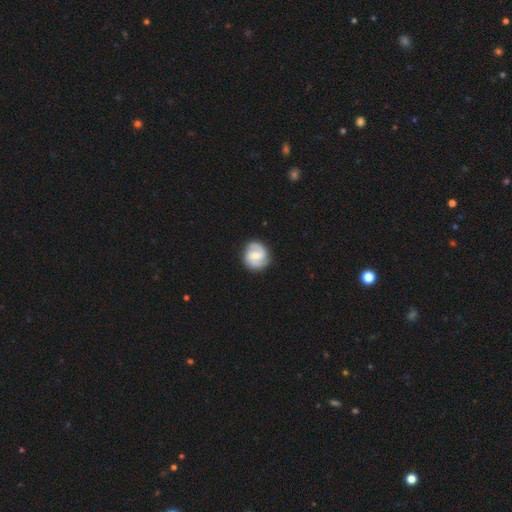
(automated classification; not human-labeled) Smooth or featured?
  - featured or disk: 77% *
  - smooth: 18%
  - star or artifact: 5%
Edge-on disk?
  - no: 98% *
  - yes: 2%
Bar?
  - weak: 53% *
  - no: 31%
  - strong: 17%
Spiral arms?
  - yes: 96% *
  - no: 4%
Spiral winding?
  - medium: 48% *
  - tight: 36%
  - loose: 16%
Spiral arm count?
  - 2: 89% *
  - can't tell: 4%
  - 3: 3%
  - 1: 2%
  - 4: 1%
  - more than 4: 1%
Bulge size?
  - moderate: 45% * (tied)
  - small: 45% * (tied)
  - none: 6%
  - large: 3%
  - dominant: 1%
Merging?
  - none: 85% *
  - minor disturbance: 11%
  - major disturbance: 3%
  - merger: 1%